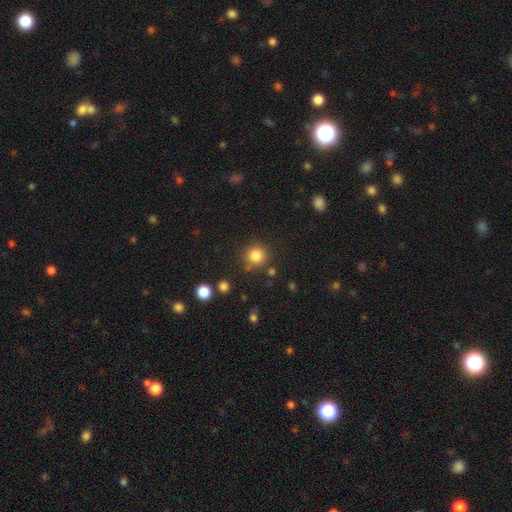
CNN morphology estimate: smooth_or_featured: smooth (p=0.83) [alt: star or artifact p=0.12]
how_rounded: round (p=0.92) [alt: in between p=0.07]
merging: none (p=0.84) [alt: minor disturbance p=0.08]